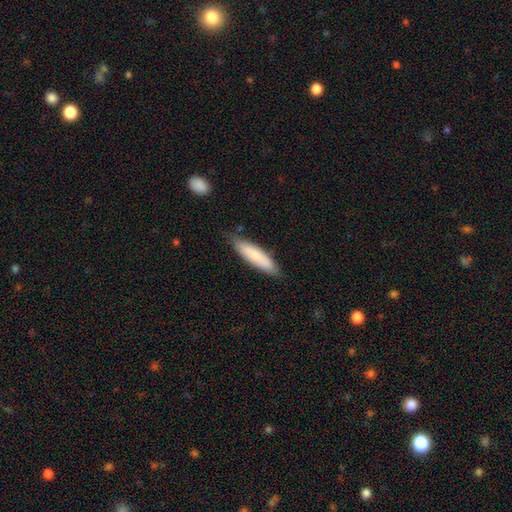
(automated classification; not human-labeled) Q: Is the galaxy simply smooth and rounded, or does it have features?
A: smooth — 78%.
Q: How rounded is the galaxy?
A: cigar-shaped — 73%.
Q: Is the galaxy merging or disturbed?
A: none — 79%.